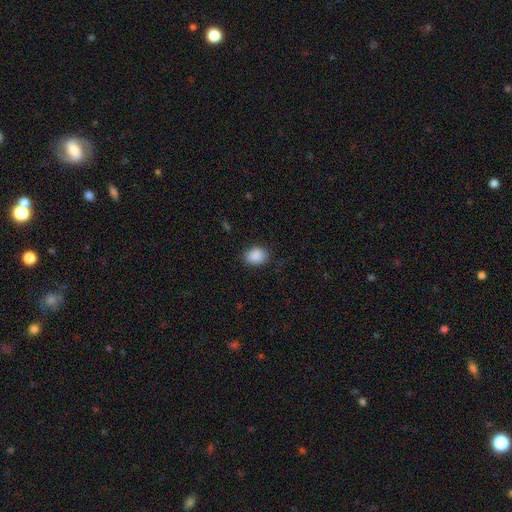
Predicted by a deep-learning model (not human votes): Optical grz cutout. It shows a smooth galaxy with no disk features (89%) that is in between round and cigar-shaped (62%). Merging: none (85%).